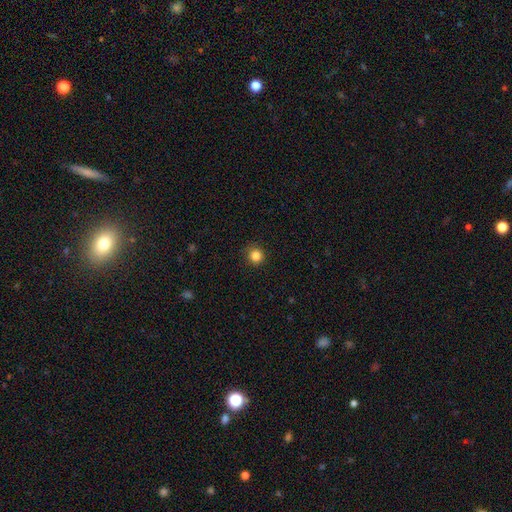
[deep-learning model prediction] This is clearly a smooth galaxy (84%). How rounded: clearly round (94%). Merging: clearly none (91%).